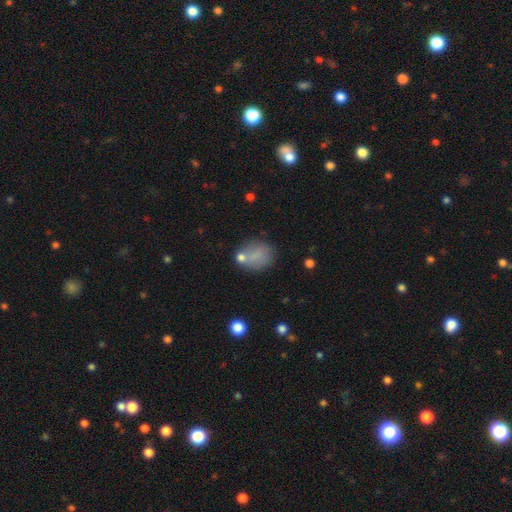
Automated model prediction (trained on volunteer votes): Smooth or featured?
  - smooth: 74% *
  - featured or disk: 14%
  - star or artifact: 12%
How rounded?
  - round: 49% * (tied)
  - in between: 49% * (tied)
  - cigar-shaped: 2%
Merging?
  - none: 56% *
  - minor disturbance: 21%
  - merger: 14%
  - major disturbance: 10%